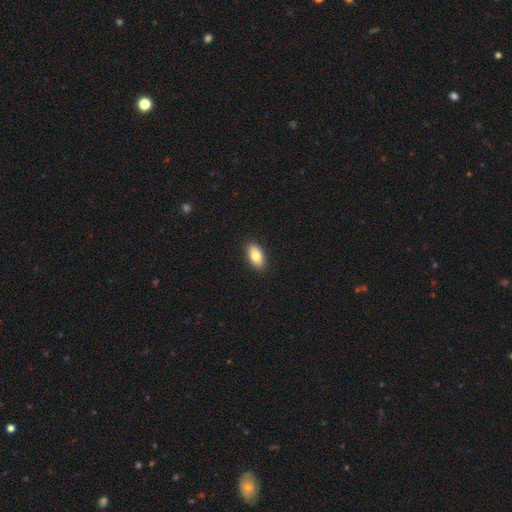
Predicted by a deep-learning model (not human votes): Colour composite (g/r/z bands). It shows a smooth galaxy with no disk features (83%) that is in between round and cigar-shaped (93%). Merging: none (90%).